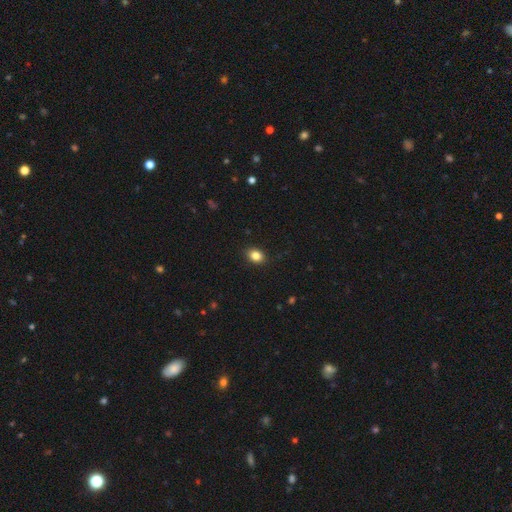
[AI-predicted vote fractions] Smooth or featured: smooth — 85% (star or artifact — 10%)
How rounded: in between — 61% (round — 37%)
Merging: none — 88% (minor disturbance — 9%)